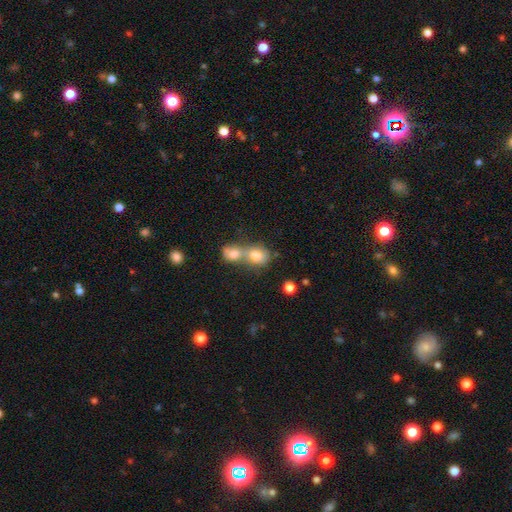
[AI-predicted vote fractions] smooth-or-featured: smooth: 77% | featured or disk: 13% | star or artifact: 10%
  how-rounded: round: 60% | in between: 39% | cigar-shaped: 1%
  merging: merger: 68% | none: 23% | minor disturbance: 6% | major disturbance: 3%